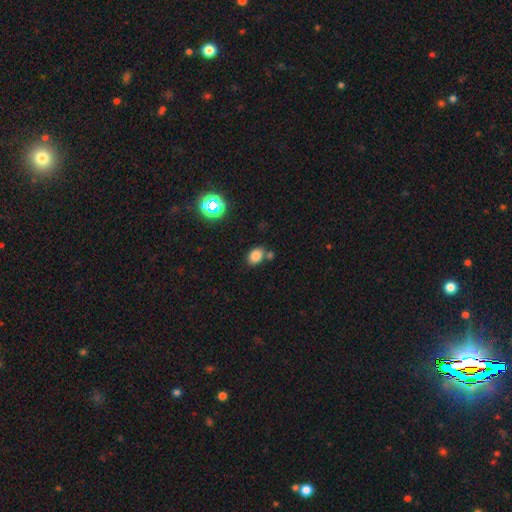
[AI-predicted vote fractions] Overall: smooth (81%). How rounded: in between (72%). Merging: none (67%).